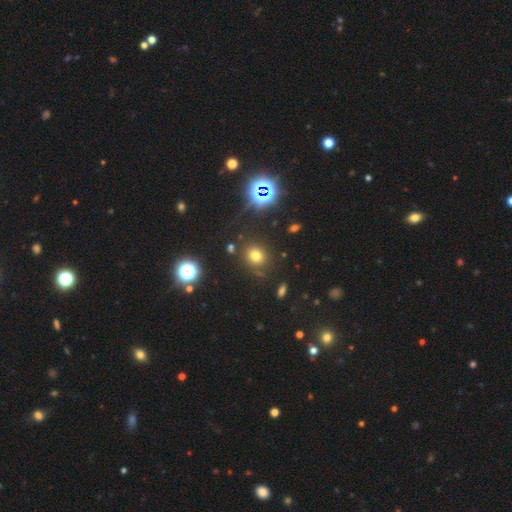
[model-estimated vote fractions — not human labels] Smooth or featured? Predicted: smooth (p=0.67). How rounded? Predicted: round (p=0.83). Merging? Predicted: none (p=0.84).